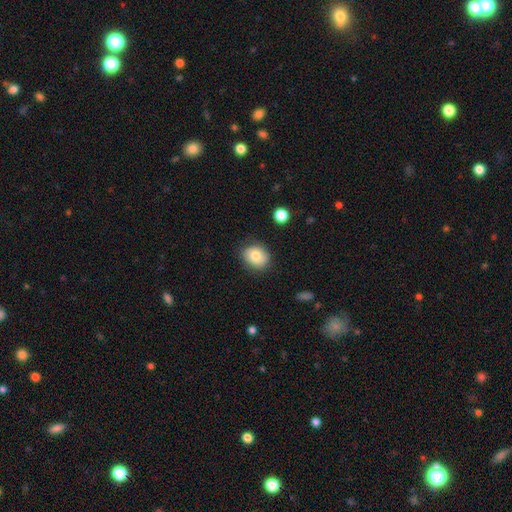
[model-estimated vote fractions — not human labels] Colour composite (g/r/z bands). It shows a smooth galaxy with no disk features (76%) that is round (63%). Merging: none (80%).